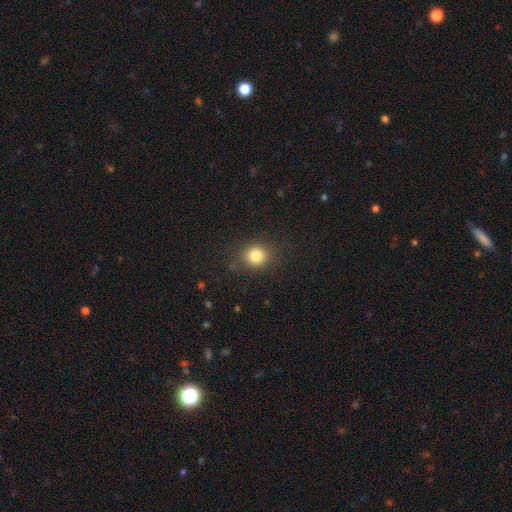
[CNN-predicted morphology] A smooth galaxy with no disk features (82%) that is round (81%).

Vote fractions:
- Smooth or featured? smooth: 82% / star or artifact: 12% / featured or disk: 6%
- How rounded? round: 81% / in between: 18% / cigar-shaped: 1%
- Merging? none: 84% / minor disturbance: 11% / major disturbance: 4% / merger: 1%